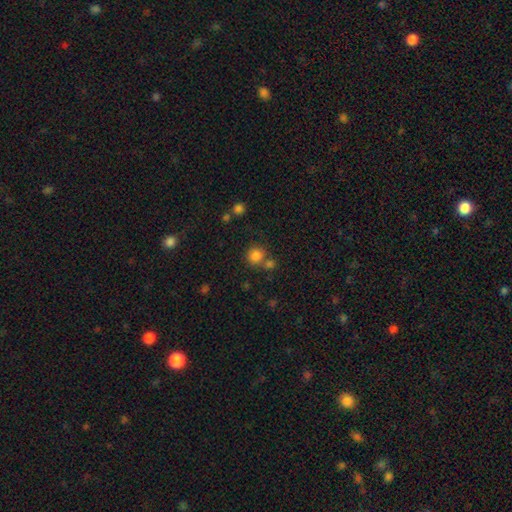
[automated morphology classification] This appears to be a smooth galaxy with no disk features (82%) that is round (88%). Merging: none (61%).